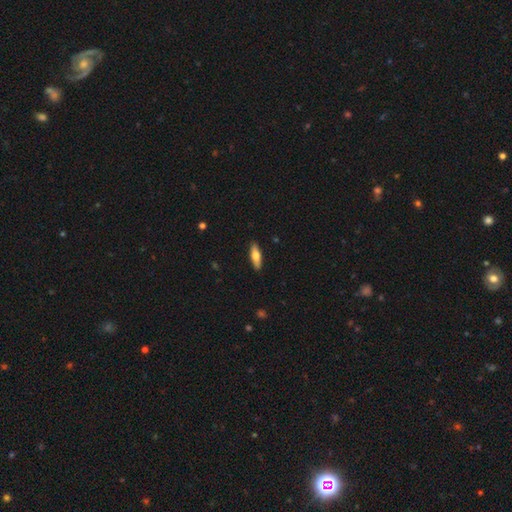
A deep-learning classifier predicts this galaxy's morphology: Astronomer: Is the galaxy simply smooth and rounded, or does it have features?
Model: smooth — 63%.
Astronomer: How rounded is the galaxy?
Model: cigar-shaped — 52% (runner-up: in between, 46%).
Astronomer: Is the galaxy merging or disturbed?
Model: none — 89%.